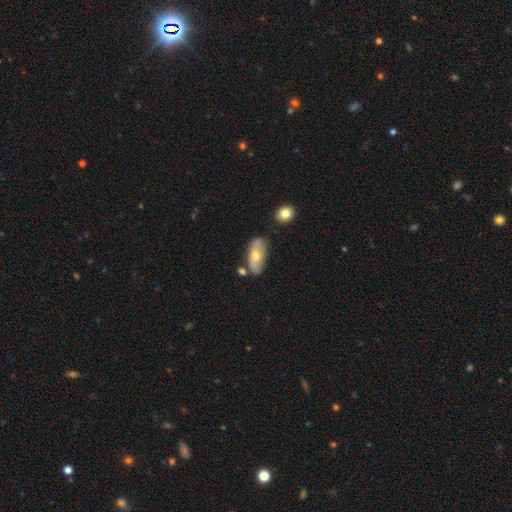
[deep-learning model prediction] smooth_or_featured: smooth (p=0.54) [alt: featured or disk p=0.39]
how_rounded: in between (p=0.88) [alt: cigar-shaped p=0.08]
merging: none (p=0.56) [alt: minor disturbance p=0.26]